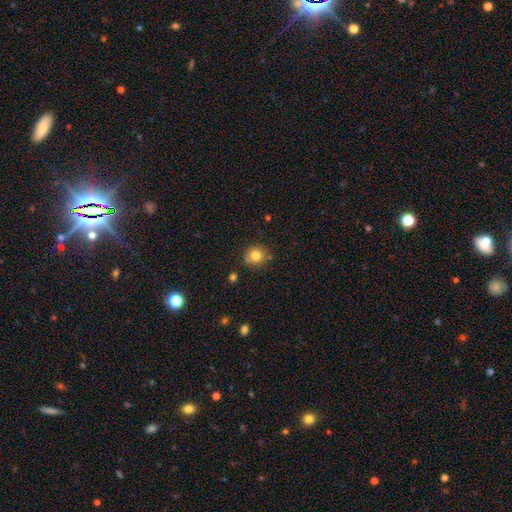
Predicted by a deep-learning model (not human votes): Overall: smooth (80%). How rounded: round (88%). Merging: none (77%).